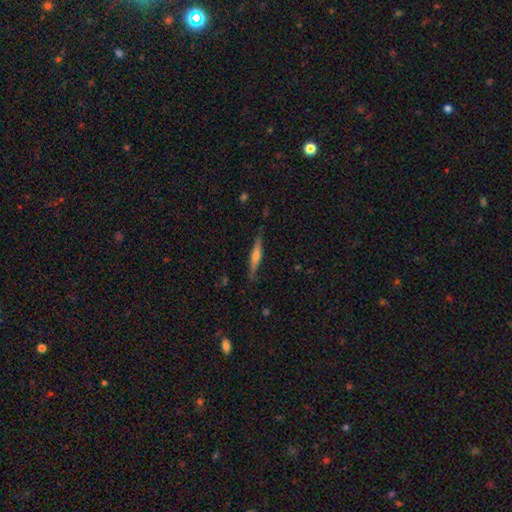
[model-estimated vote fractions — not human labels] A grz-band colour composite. It shows a featured or disk galaxy (64%) viewed edge-on (97%) with a rounded central bulge (79%). Merging: none (86%).